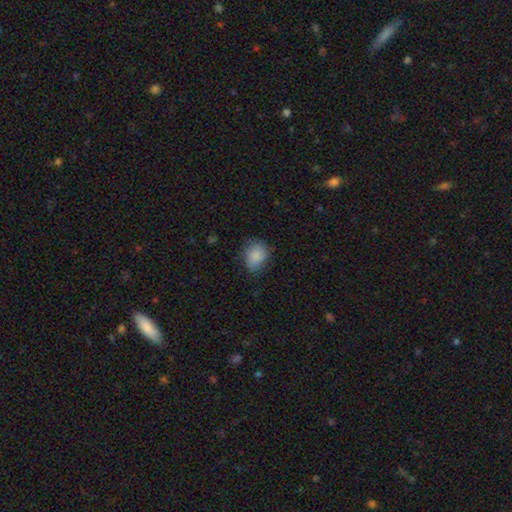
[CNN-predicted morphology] A smooth galaxy with no disk features (87%) that is round (56%).

Vote fractions:
- Smooth or featured? smooth: 87% / star or artifact: 8% / featured or disk: 6%
- How rounded? round: 56% / in between: 43% / cigar-shaped: 1%
- Merging? none: 72% / minor disturbance: 22% / major disturbance: 5% / merger: 1%